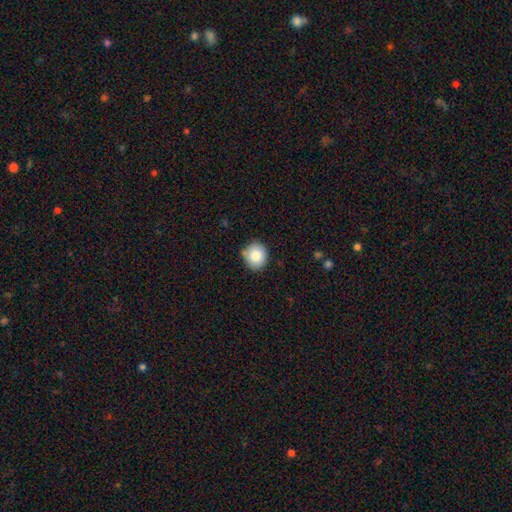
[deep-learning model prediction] Q: Smooth or featured?
A: smooth (83%); runner-up: featured or disk (9%)
Q: How rounded?
A: round (81%); runner-up: in between (18%)
Q: Merging?
A: none (81%); runner-up: minor disturbance (14%)